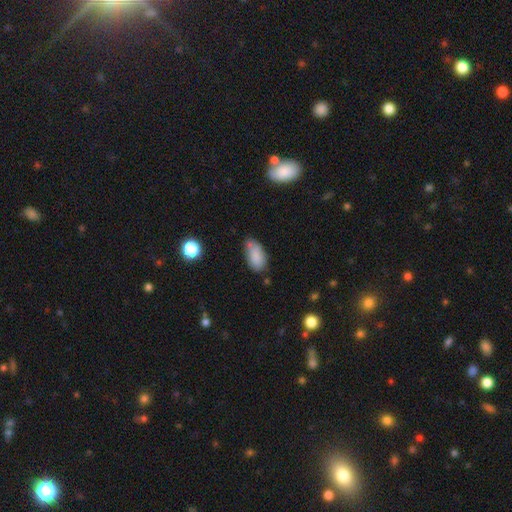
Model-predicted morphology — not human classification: type=smooth (82%); roundness=in between (92%); merging=none (56%).